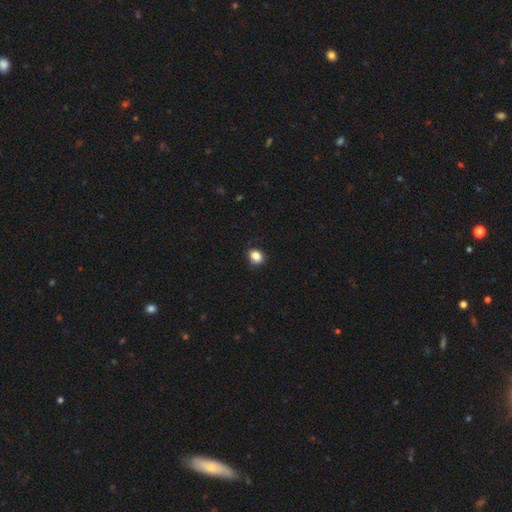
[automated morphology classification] Smooth or featured?
  - smooth: 84% *
  - star or artifact: 10%
  - featured or disk: 6%
How rounded?
  - round: 53% *
  - in between: 46%
  - cigar-shaped: 1%
Merging?
  - none: 82% *
  - minor disturbance: 14%
  - major disturbance: 3%
  - merger: 1%